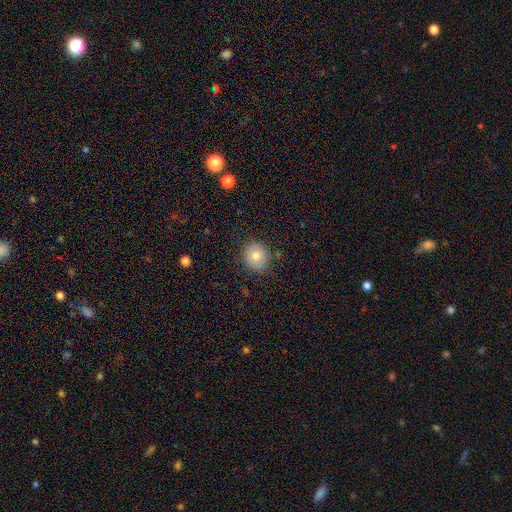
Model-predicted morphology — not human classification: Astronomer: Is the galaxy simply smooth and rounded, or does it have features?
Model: smooth — 76%.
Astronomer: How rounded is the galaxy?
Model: round — 83%.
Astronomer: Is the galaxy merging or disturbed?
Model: none — 86%.